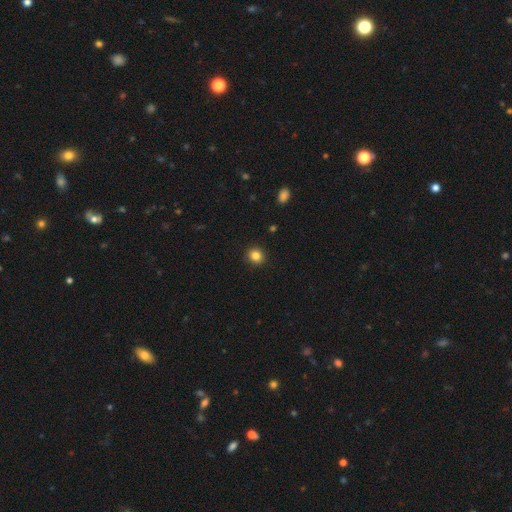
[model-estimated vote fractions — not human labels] smooth 84%, star or artifact 11%, featured or disk 5%. Down the decision tree: how rounded — round (85%); merging — none (92%).